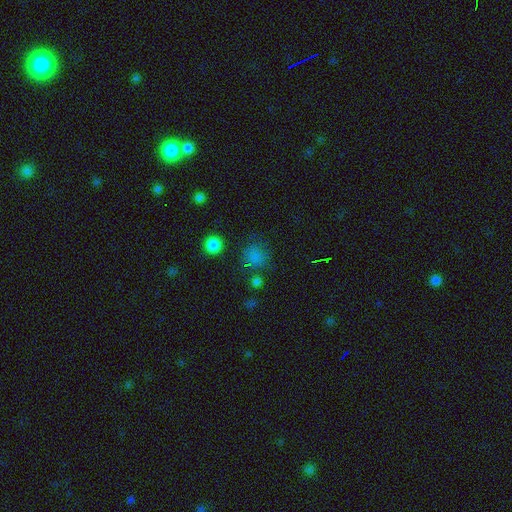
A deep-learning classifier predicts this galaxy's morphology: A smooth galaxy with no disk features (73%) that is round (86%). Merging: none (74%).